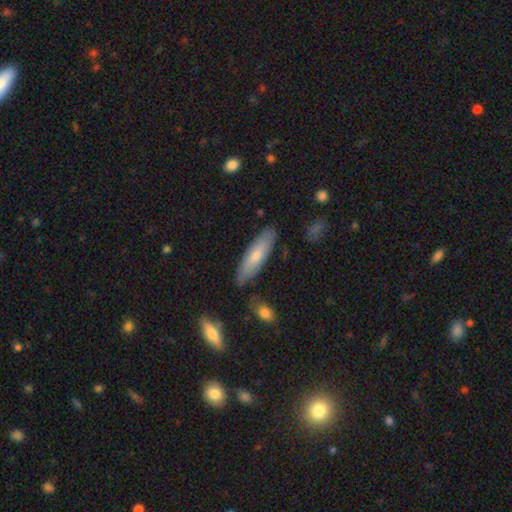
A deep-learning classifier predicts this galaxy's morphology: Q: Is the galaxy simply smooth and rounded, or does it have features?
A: smooth — 66%.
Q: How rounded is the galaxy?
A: cigar-shaped — 65%.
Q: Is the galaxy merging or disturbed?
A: none — 84%.